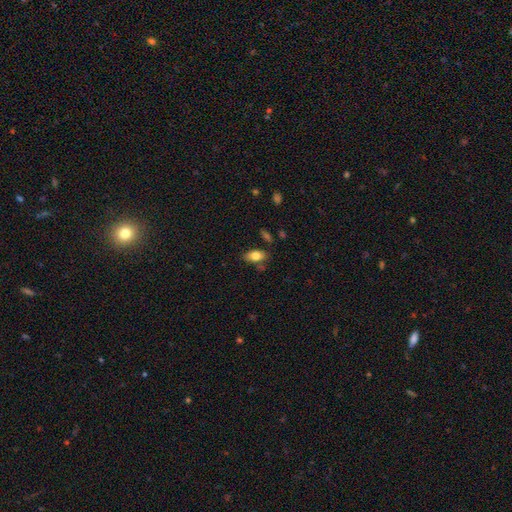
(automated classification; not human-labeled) Smooth or featured: smooth — 79% (featured or disk — 13%)
How rounded: in between — 90% (round — 6%)
Merging: none — 74% (minor disturbance — 16%)